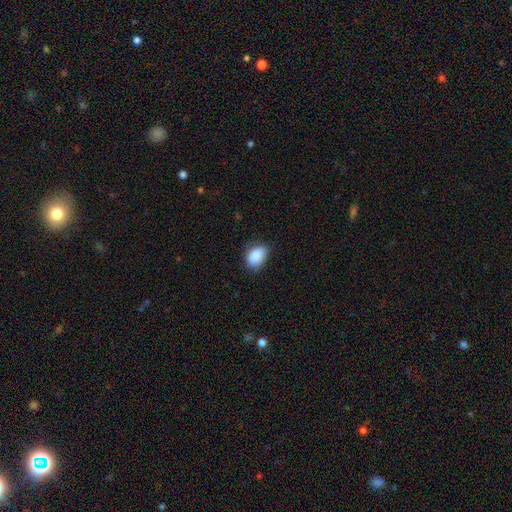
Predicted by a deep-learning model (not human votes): A smooth galaxy with no disk features (88%) that is in between round and cigar-shaped (83%).

Vote fractions:
- Smooth or featured? smooth: 88% / star or artifact: 8% / featured or disk: 4%
- How rounded? in between: 83% / round: 15% / cigar-shaped: 1%
- Merging? none: 68% / minor disturbance: 26% / major disturbance: 5% / merger: 1%